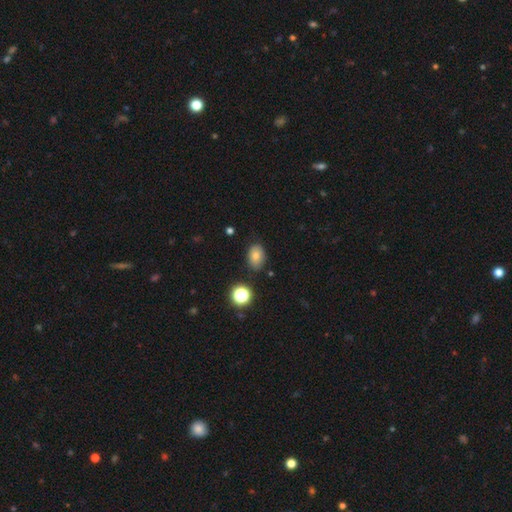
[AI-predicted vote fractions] This is likely a smooth galaxy (76%). How rounded: likely in between (79%). Merging: clearly none (81%).